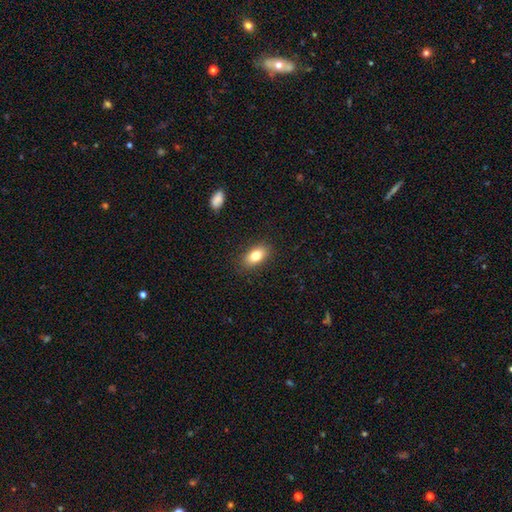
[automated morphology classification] smooth 80%, featured or disk 11%, star or artifact 8%. Down the decision tree: how rounded — in between (88%); merging — none (87%).